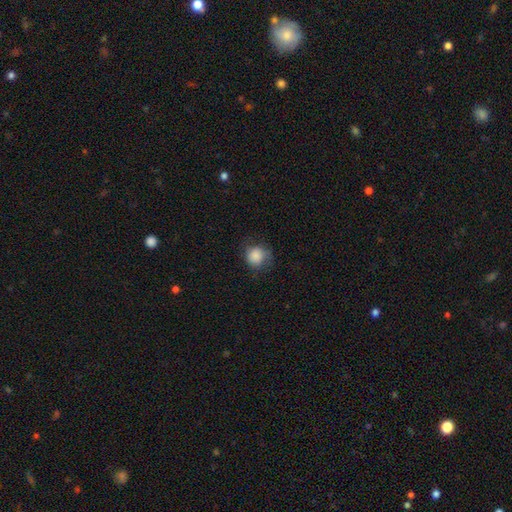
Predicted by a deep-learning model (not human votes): Overall: smooth (85%). How rounded: round (85%). Merging: none (68%).